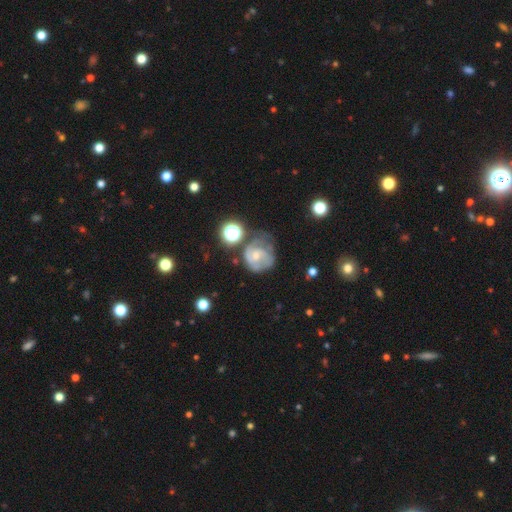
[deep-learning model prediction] Smooth or featured? Predicted: featured or disk (p=0.62). Edge-on disk? Predicted: no (p=0.98). Bar? Predicted: no (p=0.65). Spiral arms? Predicted: yes (p=0.79). Bulge size? Predicted: small (p=0.48). Merging? Predicted: none (p=0.37).